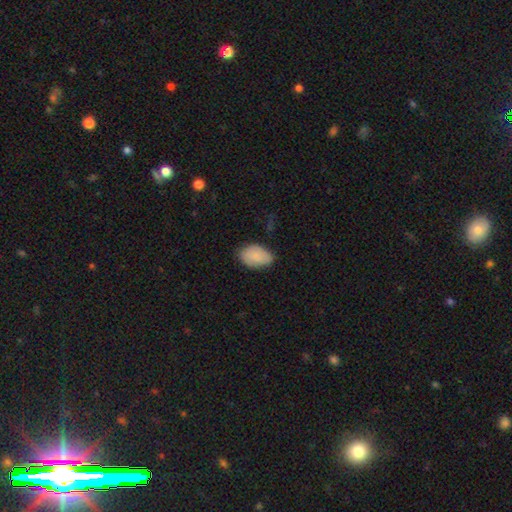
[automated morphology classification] type=smooth (84%); roundness=in between (91%); merging=none (68%).